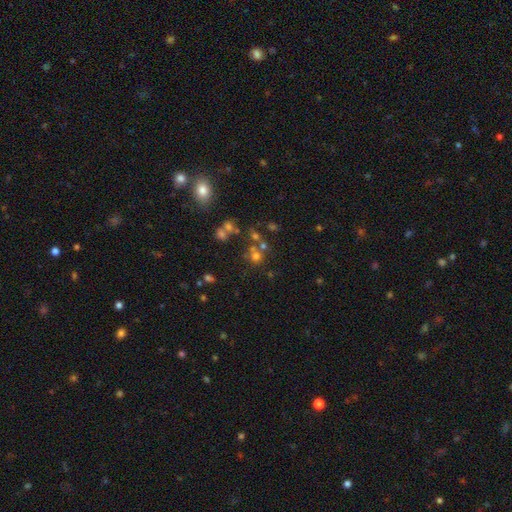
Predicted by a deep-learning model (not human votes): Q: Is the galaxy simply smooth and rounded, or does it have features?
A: smooth — 59%.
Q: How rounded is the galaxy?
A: round — 87%.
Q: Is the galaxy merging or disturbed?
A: none — 55%.